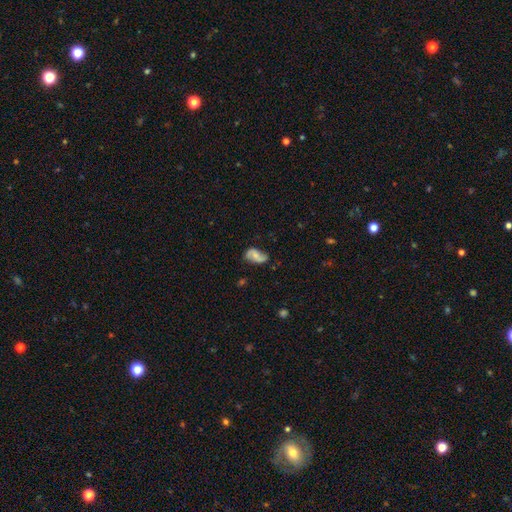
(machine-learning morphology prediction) Q: Smooth or featured?
A: featured or disk (66%); runner-up: smooth (27%)
Q: Edge-on disk?
A: no (97%); runner-up: yes (3%)
Q: Bar?
A: no (54%); runner-up: weak (35%)
Q: Spiral arms?
A: yes (91%); runner-up: no (9%)
Q: Spiral winding?
A: loose (59%); runner-up: medium (29%)
Q: Spiral arm count?
A: 2 (90%); runner-up: can't tell (5%)
Q: Bulge size?
A: small (44%); runner-up: moderate (40%)
Q: Merging?
A: none (70%); runner-up: minor disturbance (22%)